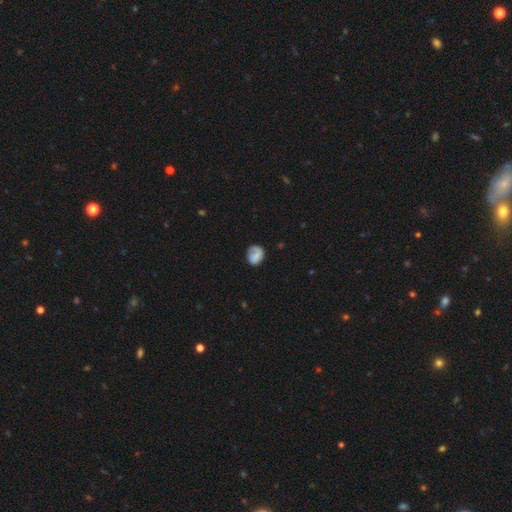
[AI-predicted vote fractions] The model was most divided on "how rounded": round: 59%, in between: 40%, cigar-shaped: 1%. More confident: smooth or featured — smooth (66%); merging — none (61%).